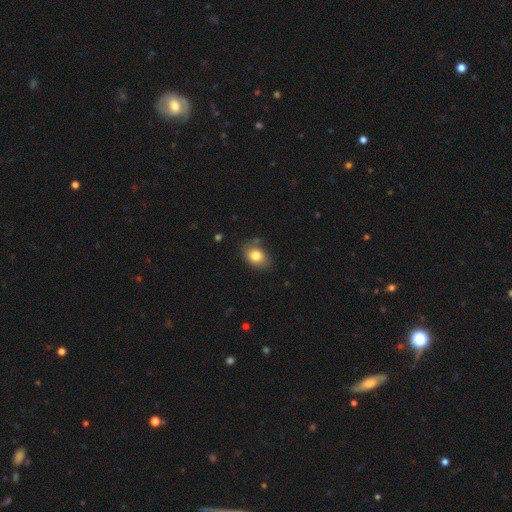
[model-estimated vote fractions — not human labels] smooth_or_featured: smooth (p=0.81) [alt: featured or disk p=0.11]
how_rounded: in between (p=0.76) [alt: round p=0.23]
merging: none (p=0.74) [alt: minor disturbance p=0.19]